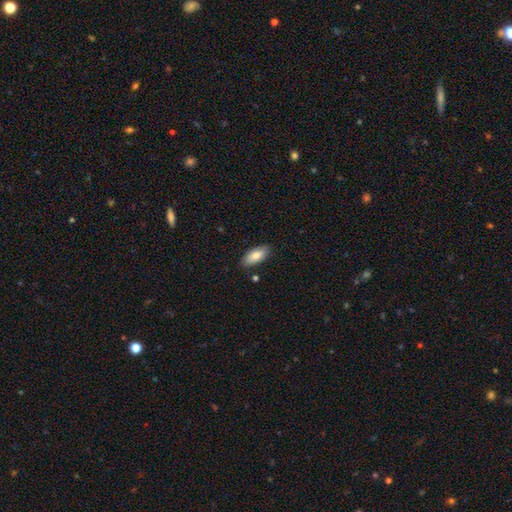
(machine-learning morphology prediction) This appears to be a smooth galaxy with no disk features (83%) that is in between round and cigar-shaped (86%). Merging: none (83%).